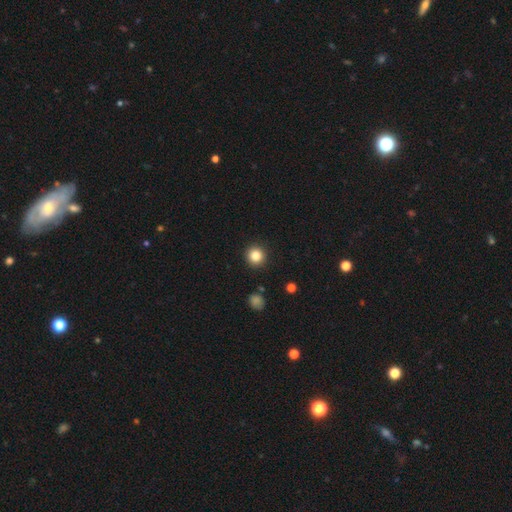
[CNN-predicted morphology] smooth 84%, star or artifact 11%, featured or disk 5%. Down the decision tree: how rounded — round (94%); merging — none (92%).